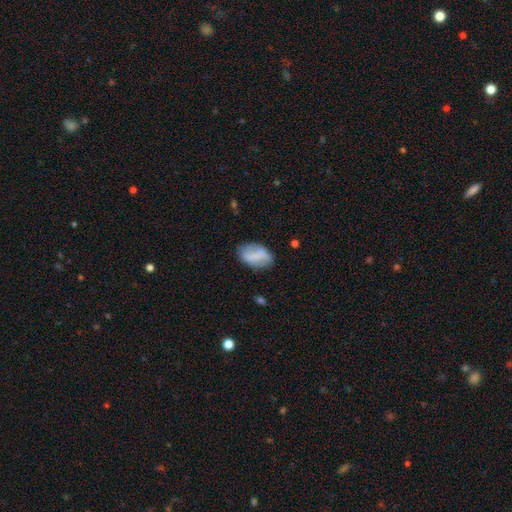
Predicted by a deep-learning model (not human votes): Smooth or featured? Predicted: smooth (p=0.62). How rounded? Predicted: in between (p=0.89). Merging? Predicted: none (p=0.68).